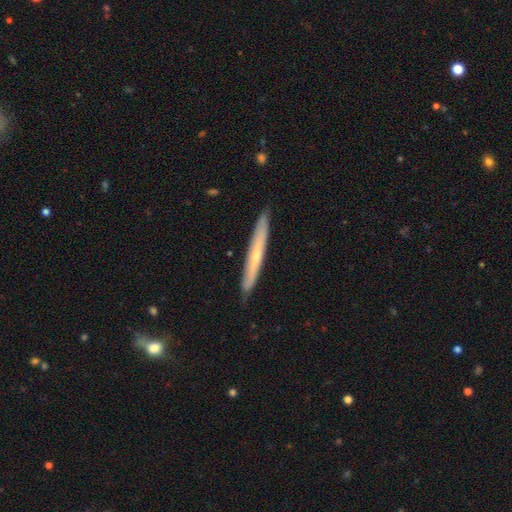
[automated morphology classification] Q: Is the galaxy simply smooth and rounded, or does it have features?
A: featured or disk — 53%.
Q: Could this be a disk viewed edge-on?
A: yes — 93%.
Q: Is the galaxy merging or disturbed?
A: none — 90%.